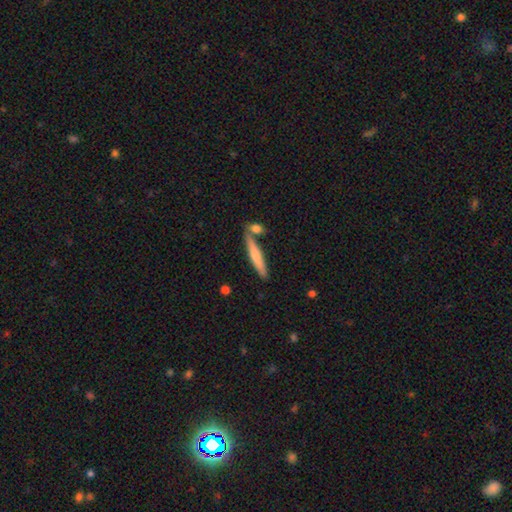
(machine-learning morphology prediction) A smooth galaxy with no disk features (62%) that is cigar-shaped (92%).

Vote fractions:
- Smooth or featured? smooth: 62% / featured or disk: 33% / star or artifact: 5%
- How rounded? cigar-shaped: 92% / in between: 7% / round: 2%
- Merging? none: 73% / merger: 14% / minor disturbance: 11% / major disturbance: 3%